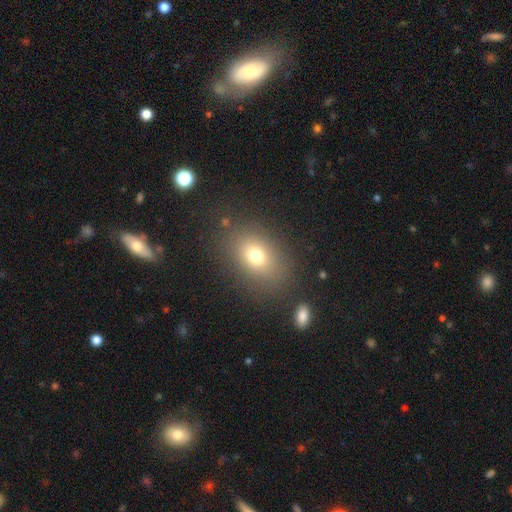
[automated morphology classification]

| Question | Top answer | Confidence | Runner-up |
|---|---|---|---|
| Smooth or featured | smooth | 73% | star or artifact (15%) |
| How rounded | in between | 67% | round (32%) |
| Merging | none | 81% | minor disturbance (10%) |